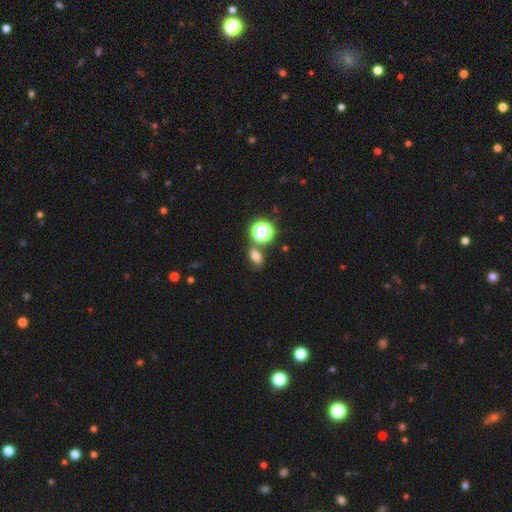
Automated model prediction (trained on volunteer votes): A smooth galaxy with no disk features (69%) that is in between round and cigar-shaped (70%).

Vote fractions:
- Smooth or featured? smooth: 69% / star or artifact: 22% / featured or disk: 9%
- How rounded? in between: 70% / round: 28% / cigar-shaped: 3%
- Merging? none: 71% / merger: 13% / minor disturbance: 12% / major disturbance: 4%